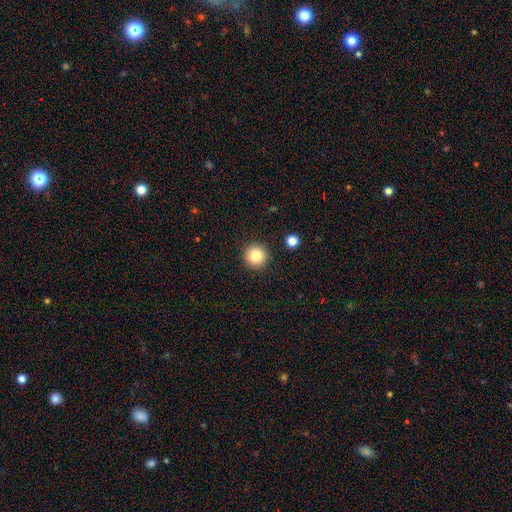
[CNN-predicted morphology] Smooth or featured: smooth — 83% (star or artifact — 10%)
How rounded: round — 96% (in between — 3%)
Merging: none — 91% (minor disturbance — 5%)